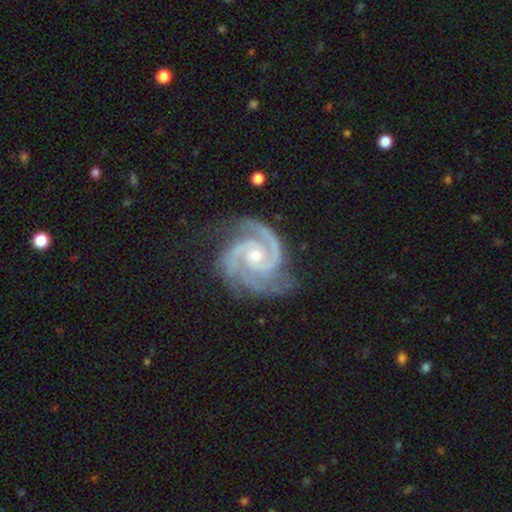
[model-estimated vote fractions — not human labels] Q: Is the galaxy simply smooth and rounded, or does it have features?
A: featured or disk — 95%.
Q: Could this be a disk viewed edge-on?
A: no — 98%.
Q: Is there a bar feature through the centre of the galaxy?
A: no — 68%.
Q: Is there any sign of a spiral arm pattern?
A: yes — 99%.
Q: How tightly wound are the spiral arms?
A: tight — 61%.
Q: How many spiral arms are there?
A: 3 — 43%.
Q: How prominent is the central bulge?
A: moderate — 52%.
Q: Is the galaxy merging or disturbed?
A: none — 73%.